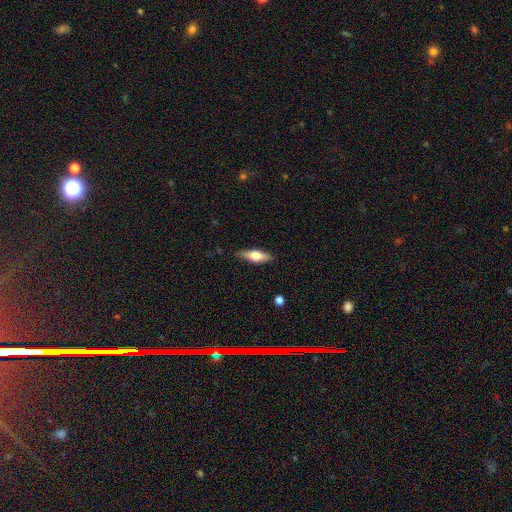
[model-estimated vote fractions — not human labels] Smooth or featured? smooth (50%)
Merging? none (85%)